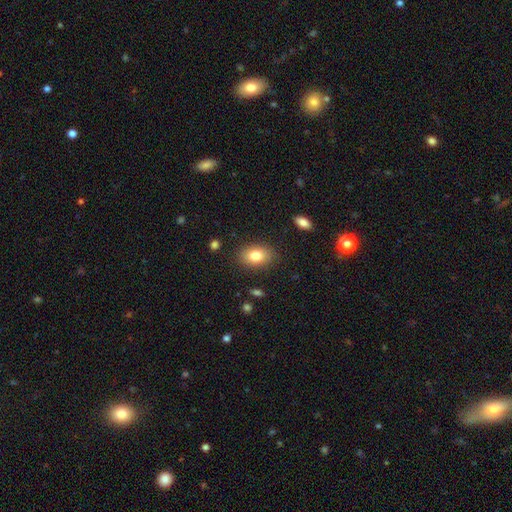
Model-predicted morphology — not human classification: Q: Smooth or featured?
A: smooth (81%); runner-up: featured or disk (10%)
Q: How rounded?
A: in between (82%); runner-up: round (17%)
Q: Merging?
A: none (86%); runner-up: minor disturbance (10%)